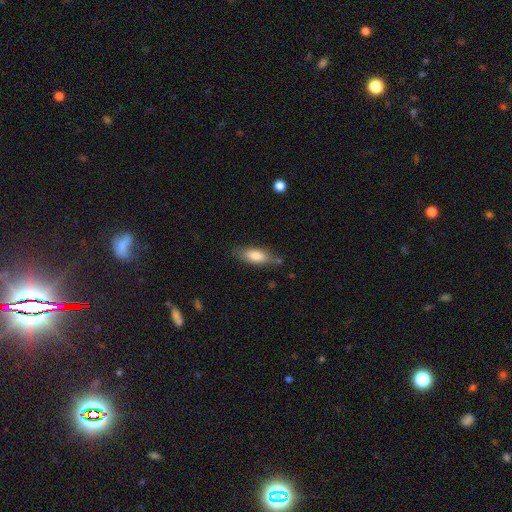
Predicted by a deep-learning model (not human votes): A smooth galaxy with no disk features (80%) that is in between round and cigar-shaped (70%). Merging: none (75%).